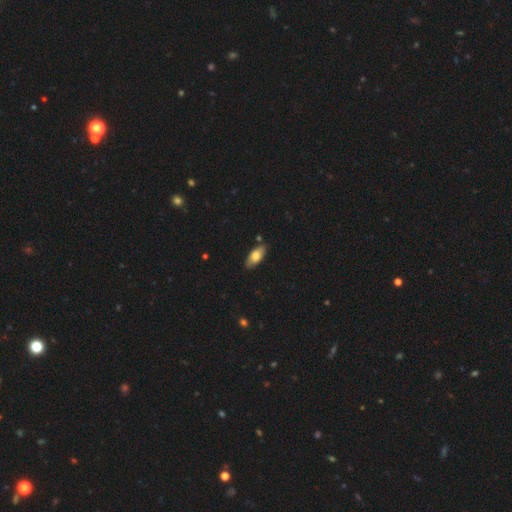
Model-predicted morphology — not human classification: Smooth or featured? Predicted: smooth (p=0.72). How rounded? Predicted: in between (p=0.86). Merging? Predicted: none (p=0.82).